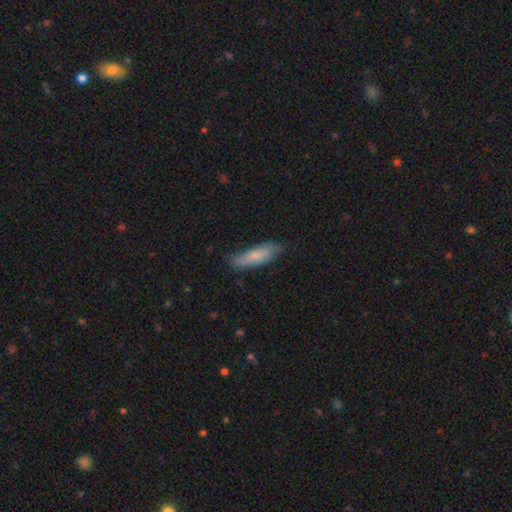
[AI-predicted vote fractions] A smooth galaxy with no disk features (73%) that is cigar-shaped (62%).

Vote fractions:
- Smooth or featured? smooth: 73% / featured or disk: 21% / star or artifact: 6%
- How rounded? cigar-shaped: 62% / in between: 36% / round: 2%
- Merging? none: 72% / minor disturbance: 23% / major disturbance: 4% / merger: 1%